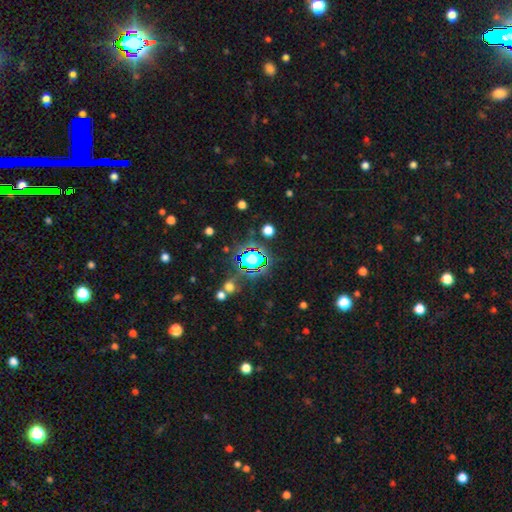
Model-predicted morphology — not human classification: Smooth or featured?
  - star or artifact: 59% *
  - smooth: 30%
  - featured or disk: 11%